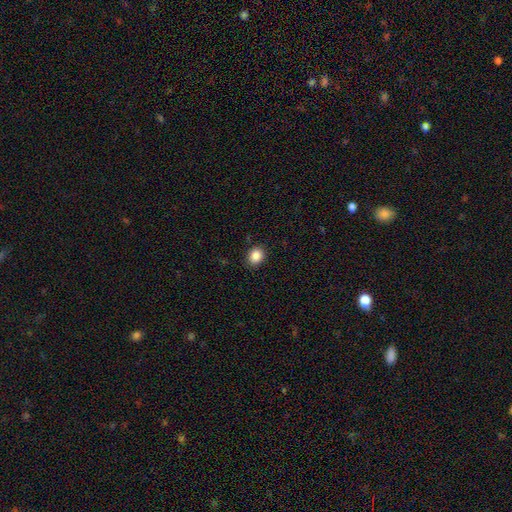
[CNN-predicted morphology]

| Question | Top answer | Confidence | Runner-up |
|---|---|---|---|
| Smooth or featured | smooth | 86% | star or artifact (10%) |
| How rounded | round | 66% | in between (33%) |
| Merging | none | 89% | minor disturbance (8%) |